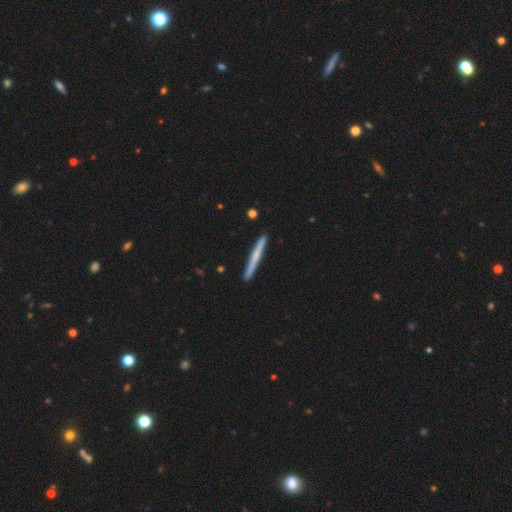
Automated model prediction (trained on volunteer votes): smooth 54%, featured or disk 41%, star or artifact 5%. Down the decision tree: how rounded — cigar-shaped (97%); merging — none (91%).